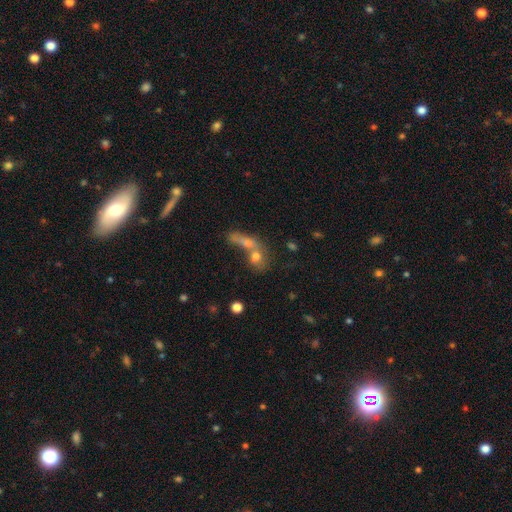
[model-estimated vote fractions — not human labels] Q: Smooth or featured?
A: smooth (60%); runner-up: featured or disk (25%)
Q: How rounded?
A: round (43%); runner-up: in between (41%)
Q: Merging?
A: merger (63%); runner-up: none (24%)